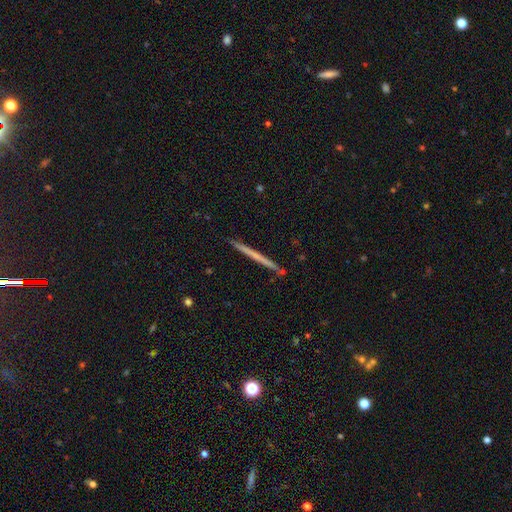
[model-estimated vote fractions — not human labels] This appears to be a featured or disk galaxy (54%) viewed edge-on (98%) with no central bulge (88%). Merging: none (92%).